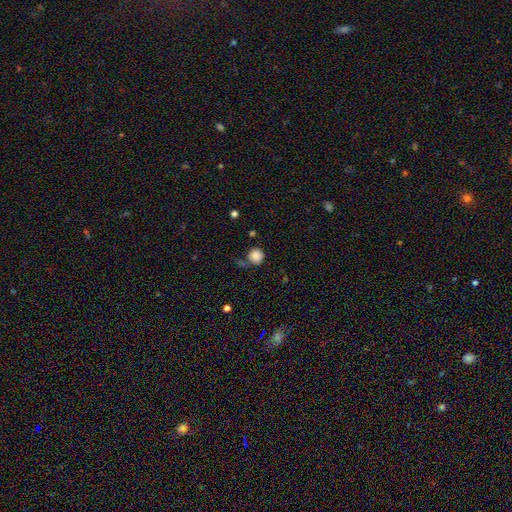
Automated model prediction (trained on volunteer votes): smooth-or-featured: smooth: 85% | star or artifact: 10% | featured or disk: 5%
  how-rounded: round: 93% | in between: 6% | cigar-shaped: 1%
  merging: none: 70% | minor disturbance: 16% | merger: 8% | major disturbance: 6%